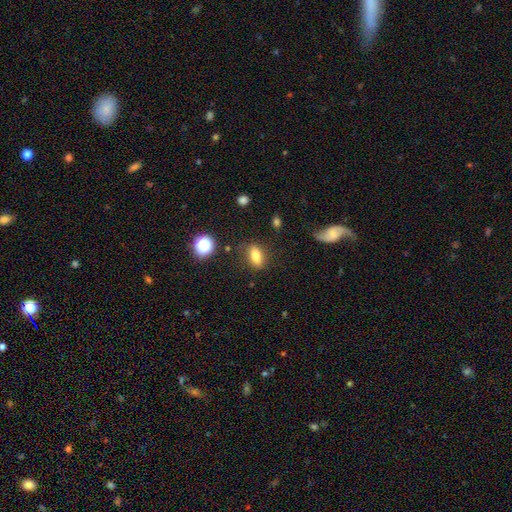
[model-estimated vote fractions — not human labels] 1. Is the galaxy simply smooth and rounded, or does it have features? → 77% smooth, 12% featured or disk, 12% star or artifact.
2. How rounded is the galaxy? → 77% in between, 14% cigar-shaped, 10% round.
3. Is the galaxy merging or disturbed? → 79% none, 14% minor disturbance, 4% major disturbance, 3% merger.